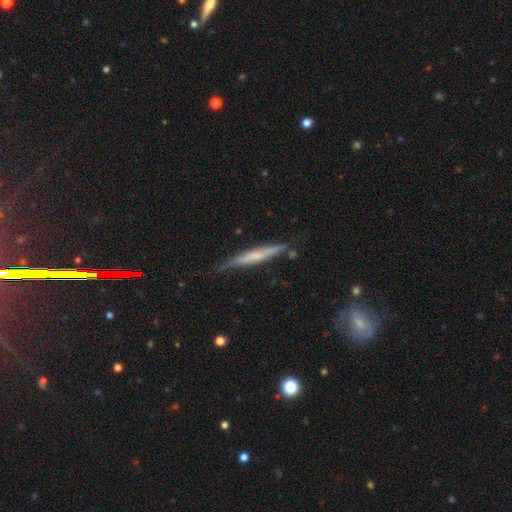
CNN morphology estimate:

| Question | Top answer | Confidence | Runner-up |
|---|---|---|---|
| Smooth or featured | featured or disk | 49% | smooth (45%) |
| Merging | none | 77% | minor disturbance (18%) |